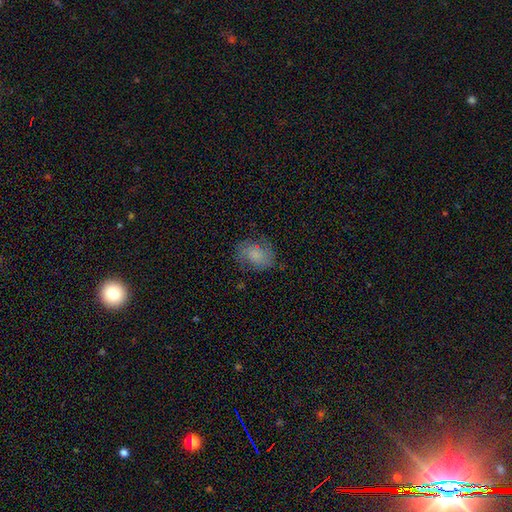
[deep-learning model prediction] smooth-or-featured: smooth: 68% | featured or disk: 22% | star or artifact: 10%
  how-rounded: in between: 64% | round: 35% | cigar-shaped: 1%
  merging: none: 66% | minor disturbance: 22% | major disturbance: 10% | merger: 2%